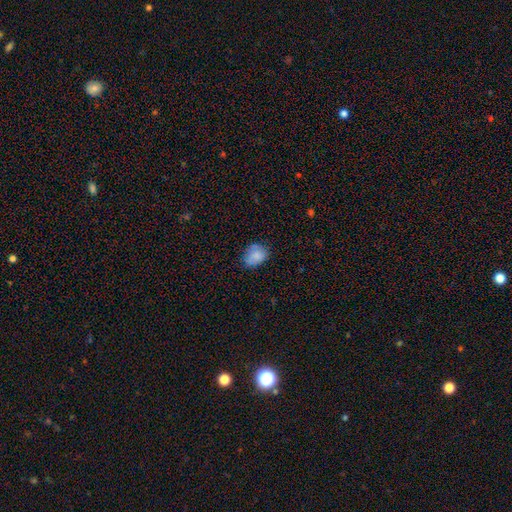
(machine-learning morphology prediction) The model was most divided on "how rounded": in between: 55%, round: 44%, cigar-shaped: 1%. More confident: smooth or featured — smooth (79%); merging — none (62%).